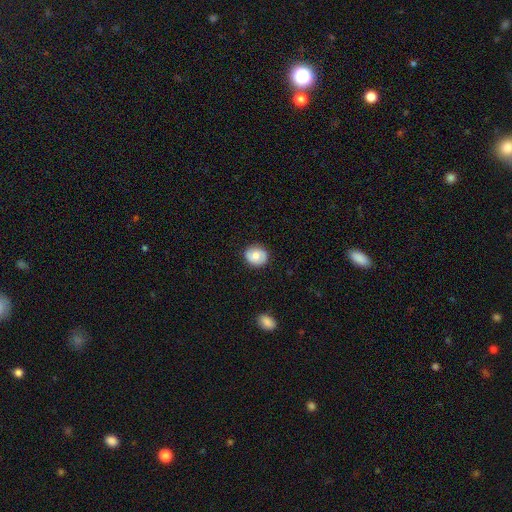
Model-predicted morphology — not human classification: type=smooth (68%); roundness=round (75%); merging=none (86%).